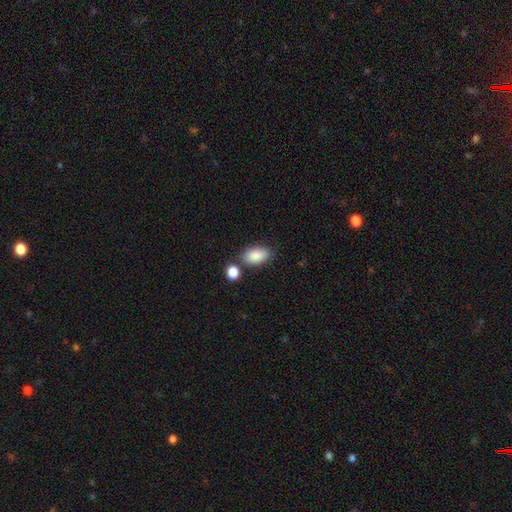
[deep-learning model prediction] Q: Smooth or featured?
A: smooth (88%); runner-up: star or artifact (7%)
Q: How rounded?
A: in between (92%); runner-up: round (6%)
Q: Merging?
A: none (73%); runner-up: minor disturbance (13%)